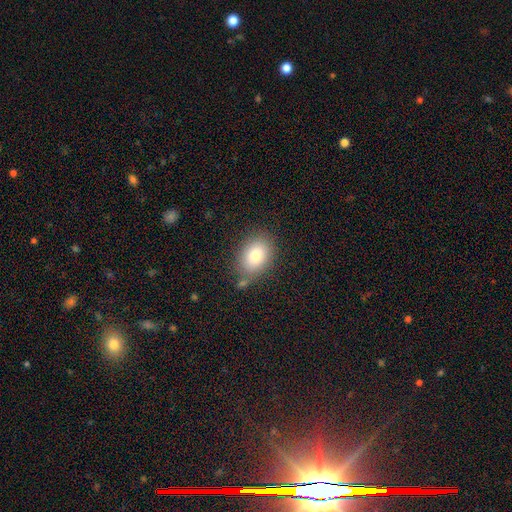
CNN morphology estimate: Smooth or featured: smooth — 81% (featured or disk — 11%)
How rounded: in between — 76% (round — 23%)
Merging: none — 75% (minor disturbance — 16%)